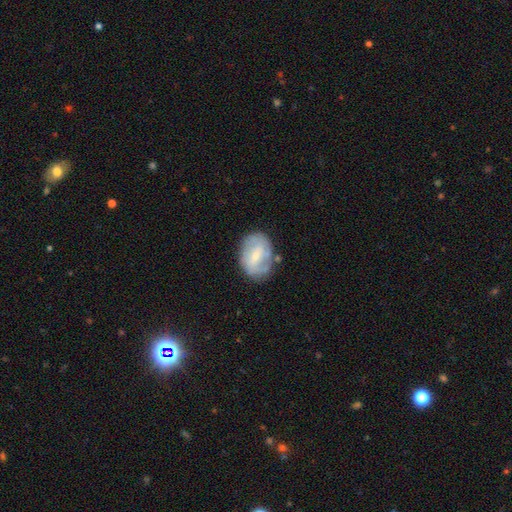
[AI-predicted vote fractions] This is likely a featured or disk galaxy (62%). It is clearly not viewed edge-on (97%). Bar: possibly weak (51%). Spiral arm pattern: likely yes (71%). Central bulge: likely small (65%). Merging: likely none (69%).